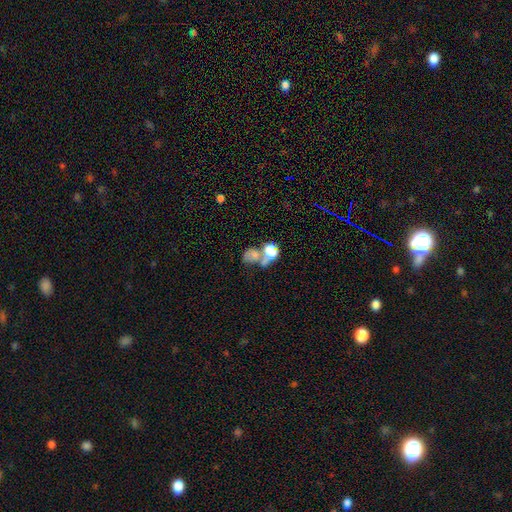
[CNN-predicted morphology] Smooth or featured?
  - smooth: 55% *
  - featured or disk: 28%
  - star or artifact: 17%
How rounded?
  - in between: 49% * (tied)
  - round: 49% * (tied)
  - cigar-shaped: 2%
Merging?
  - merger: 56% *
  - none: 22%
  - major disturbance: 13%
  - minor disturbance: 9%